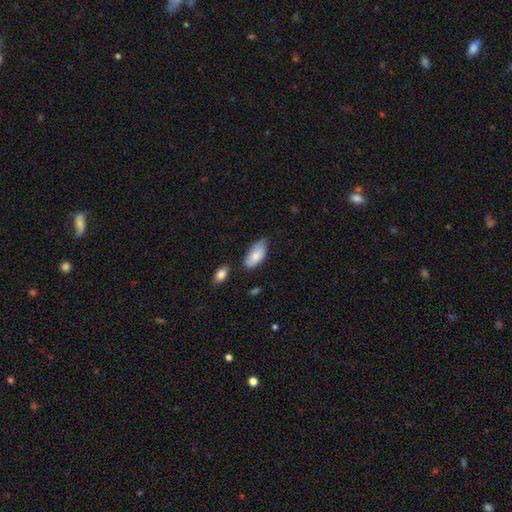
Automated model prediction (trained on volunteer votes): A smooth galaxy with no disk features (79%) that is in between round and cigar-shaped (93%).

Vote fractions:
- Smooth or featured? smooth: 79% / featured or disk: 15% / star or artifact: 6%
- How rounded? in between: 93% / cigar-shaped: 4% / round: 2%
- Merging? none: 58% / minor disturbance: 33% / major disturbance: 5% / merger: 4%